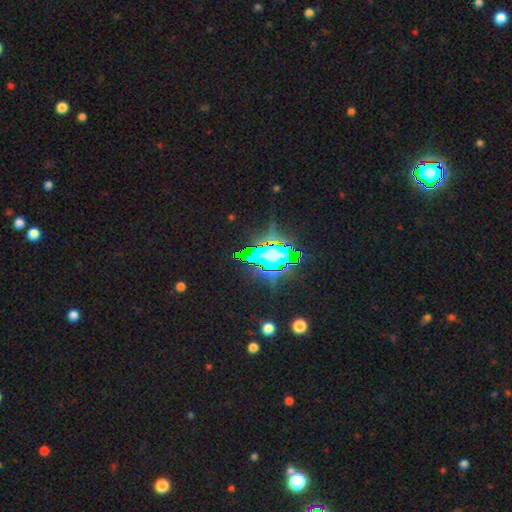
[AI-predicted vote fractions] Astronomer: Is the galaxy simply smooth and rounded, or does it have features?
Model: star or artifact — 75%.